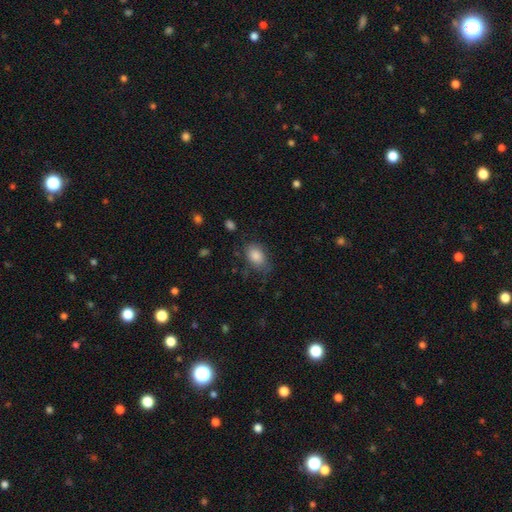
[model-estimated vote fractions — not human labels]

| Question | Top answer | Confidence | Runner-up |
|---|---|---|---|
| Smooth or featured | smooth | 83% | featured or disk (9%) |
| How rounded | in between | 81% | round (18%) |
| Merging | none | 68% | minor disturbance (23%) |